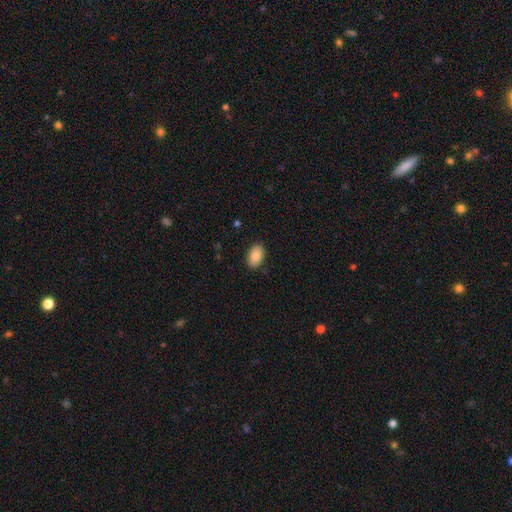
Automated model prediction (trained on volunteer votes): This appears to be a smooth galaxy with no disk features (87%) that is in between round and cigar-shaped (92%). Merging: none (88%).